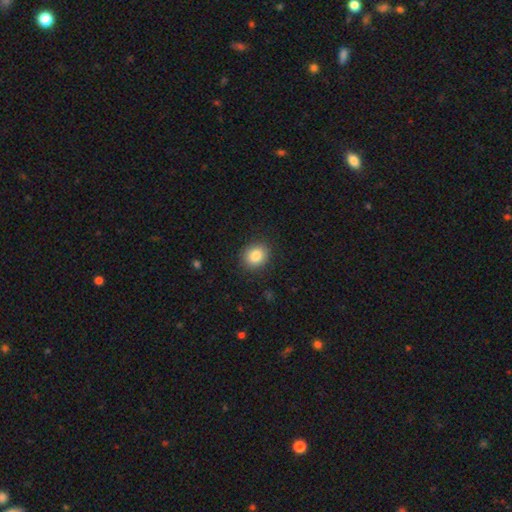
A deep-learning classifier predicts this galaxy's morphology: type=smooth (85%); roundness=round (67%); merging=none (89%).